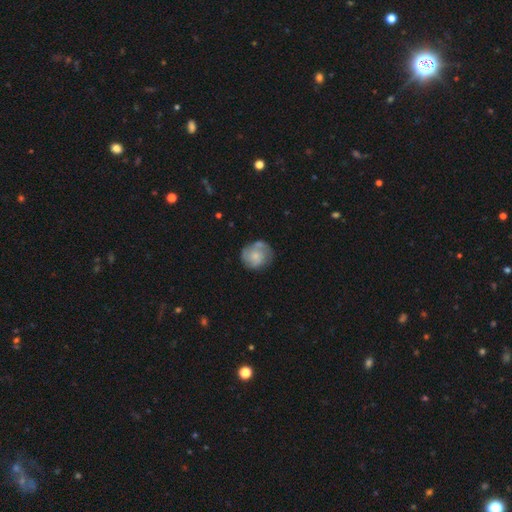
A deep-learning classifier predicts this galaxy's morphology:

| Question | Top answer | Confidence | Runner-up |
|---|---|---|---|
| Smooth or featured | smooth | 49% | featured or disk (44%) |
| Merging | none | 62% | minor disturbance (23%) |